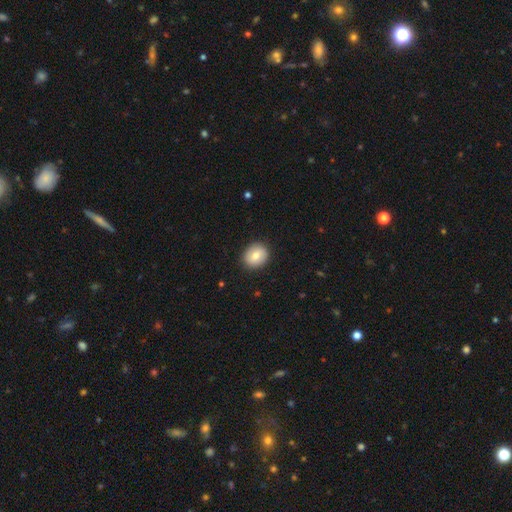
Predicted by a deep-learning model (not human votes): This appears to be a smooth galaxy with no disk features (77%) that is round (67%). Merging: none (89%).